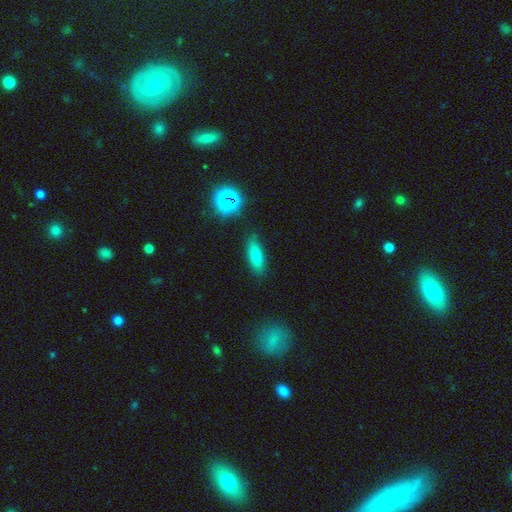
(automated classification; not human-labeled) smooth 76%, featured or disk 13%, star or artifact 11%. Down the decision tree: how rounded — in between (56%); merging — none (84%).